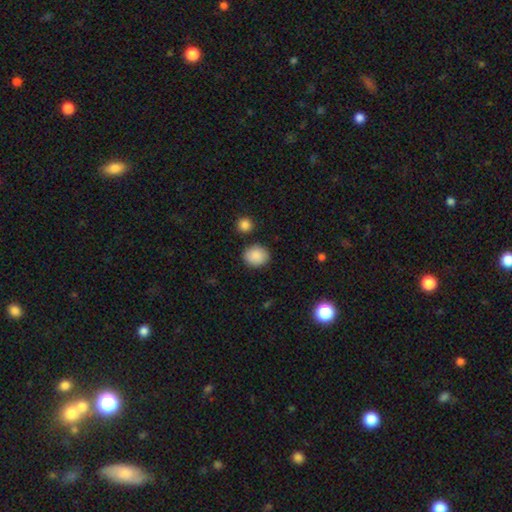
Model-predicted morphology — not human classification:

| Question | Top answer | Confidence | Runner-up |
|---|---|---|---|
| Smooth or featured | smooth | 89% | star or artifact (8%) |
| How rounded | round | 67% | in between (33%) |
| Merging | none | 84% | minor disturbance (10%) |